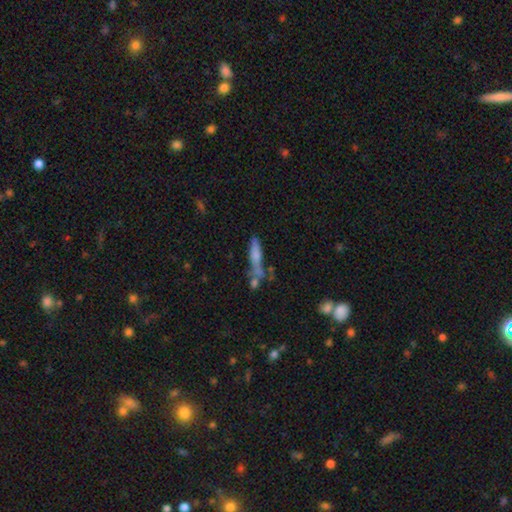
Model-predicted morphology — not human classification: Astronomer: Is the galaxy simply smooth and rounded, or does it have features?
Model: smooth — 59%.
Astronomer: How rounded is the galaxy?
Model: cigar-shaped — 80%.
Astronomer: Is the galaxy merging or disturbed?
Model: none — 48%.